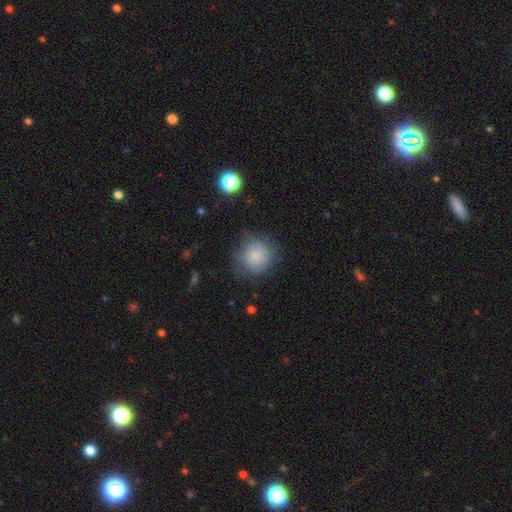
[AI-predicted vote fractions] Q: Smooth or featured?
A: smooth (69%); runner-up: featured or disk (22%)
Q: How rounded?
A: round (89%); runner-up: in between (10%)
Q: Merging?
A: none (67%); runner-up: minor disturbance (21%)